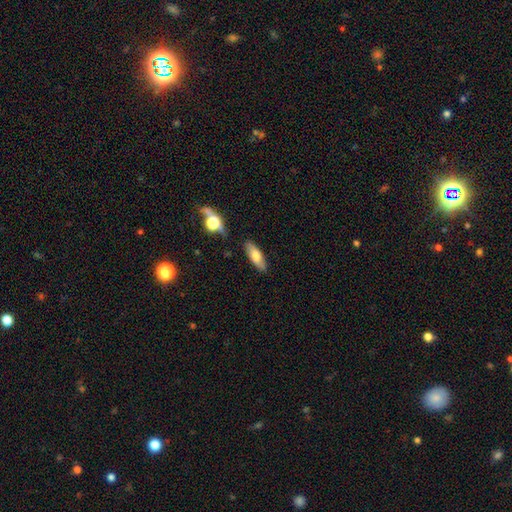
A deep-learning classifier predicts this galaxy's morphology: smooth-or-featured: smooth: 69% | featured or disk: 23% | star or artifact: 8%
  how-rounded: in between: 62% | cigar-shaped: 36% | round: 3%
  merging: none: 84% | minor disturbance: 11% | merger: 3% | major disturbance: 3%